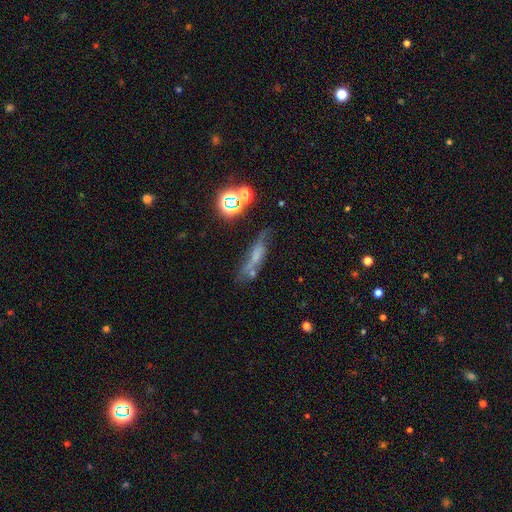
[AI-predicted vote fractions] The model was most divided on "smooth or featured": smooth: 40%, featured or disk: 39%, star or artifact: 20%. Remaining: merging — none (48%).